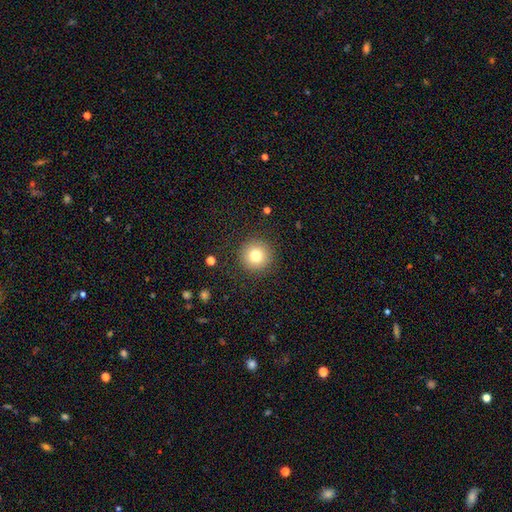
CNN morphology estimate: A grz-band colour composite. It shows a smooth galaxy with no disk features (78%) that is round (96%). Merging: none (90%).